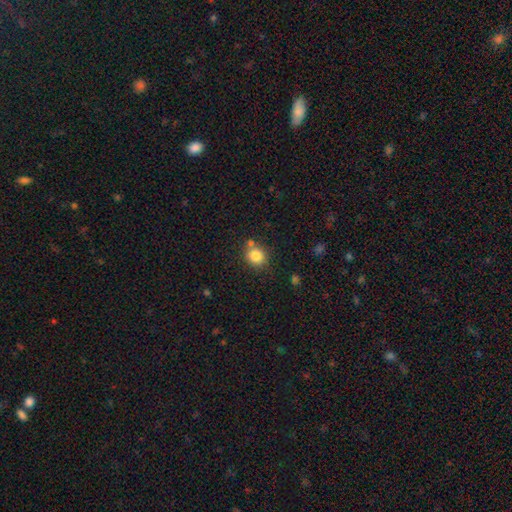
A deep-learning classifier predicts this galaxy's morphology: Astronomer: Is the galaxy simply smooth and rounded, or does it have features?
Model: smooth — 83%.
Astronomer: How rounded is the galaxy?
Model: round — 83%.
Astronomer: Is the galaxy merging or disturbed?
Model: none — 75%.